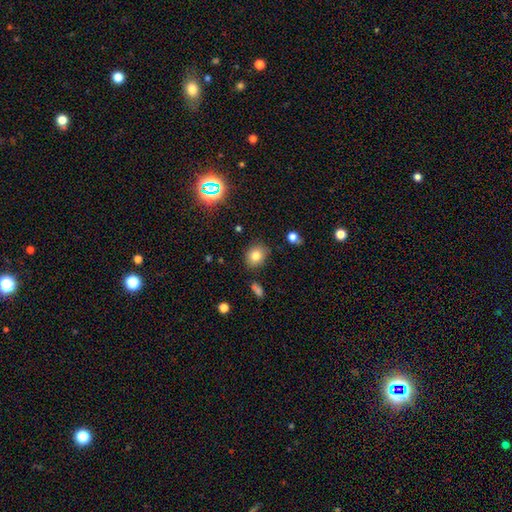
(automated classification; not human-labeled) smooth_or_featured: smooth (p=0.78) [alt: star or artifact p=0.13]
how_rounded: round (p=0.65) [alt: in between p=0.34]
merging: none (p=0.83) [alt: minor disturbance p=0.11]